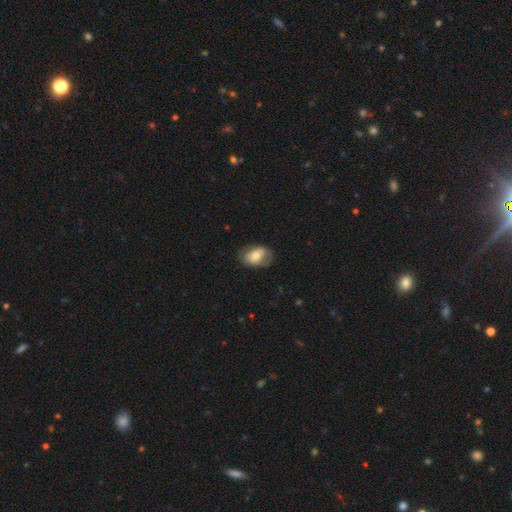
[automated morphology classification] Overall: smooth (64%; featured or disk 29%). How rounded: in between (84%). Merging: none (69%).